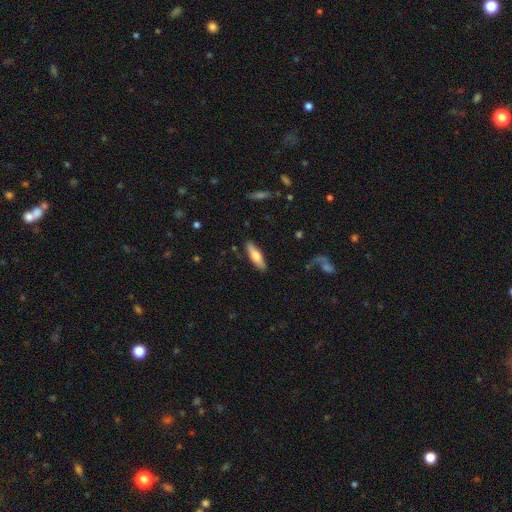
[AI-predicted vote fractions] Smooth or featured?
  - smooth: 64% *
  - featured or disk: 30%
  - star or artifact: 6%
How rounded?
  - cigar-shaped: 53% *
  - in between: 45%
  - round: 2%
Merging?
  - none: 87% *
  - minor disturbance: 9%
  - major disturbance: 2%
  - merger: 1%